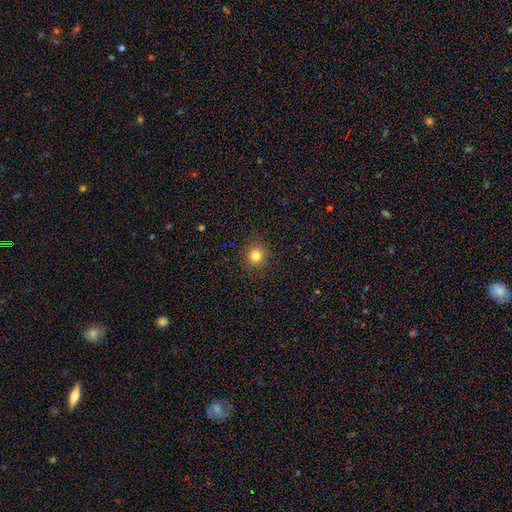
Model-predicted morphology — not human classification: Overall: smooth (81%). How rounded: round (94%). Merging: none (92%).